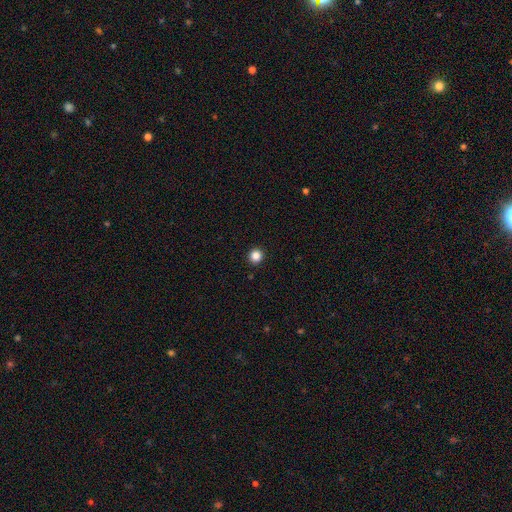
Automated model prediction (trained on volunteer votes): Q: Smooth or featured?
A: smooth (85%); runner-up: star or artifact (12%)
Q: How rounded?
A: round (94%); runner-up: in between (5%)
Q: Merging?
A: none (93%); runner-up: minor disturbance (4%)